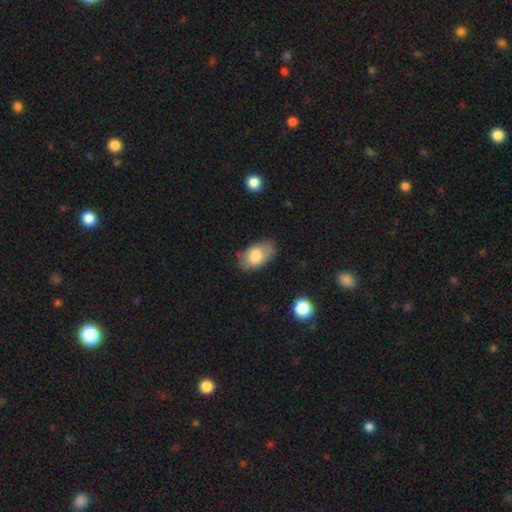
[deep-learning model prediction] Q: Smooth or featured?
A: smooth (78%); runner-up: featured or disk (15%)
Q: How rounded?
A: in between (93%); runner-up: round (6%)
Q: Merging?
A: none (70%); runner-up: minor disturbance (23%)